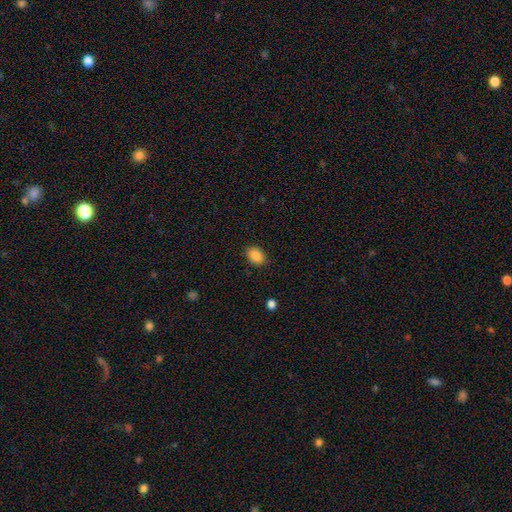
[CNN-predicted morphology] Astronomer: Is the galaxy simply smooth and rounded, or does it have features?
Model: smooth — 85%.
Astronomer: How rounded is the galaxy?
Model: in between — 66%.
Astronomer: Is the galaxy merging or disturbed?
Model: none — 85%.